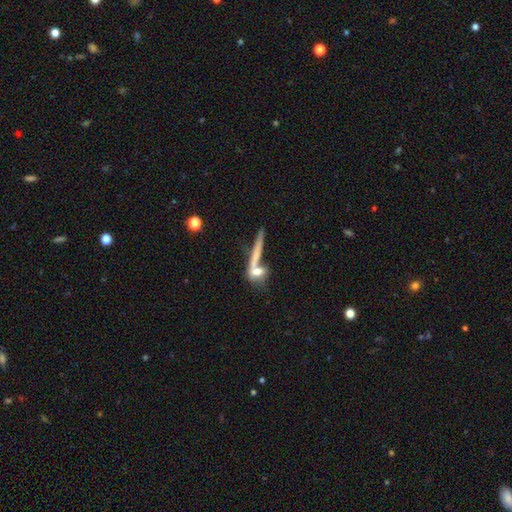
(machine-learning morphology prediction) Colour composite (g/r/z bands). It shows a smooth galaxy with no disk features (52%) that is cigar-shaped (65%). Merging: none (43%).